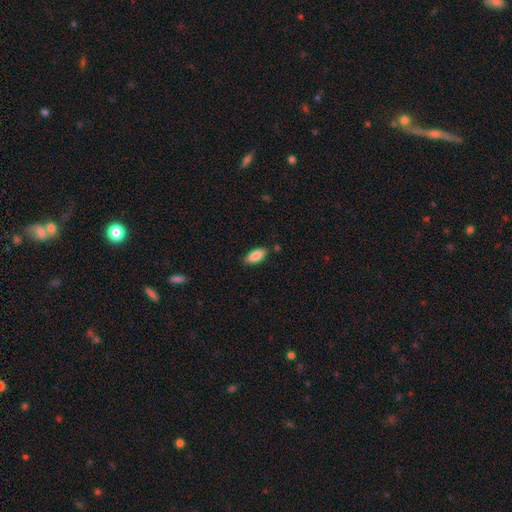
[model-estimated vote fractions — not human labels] Smooth or featured?
  - smooth: 86% *
  - featured or disk: 7%
  - star or artifact: 6%
How rounded?
  - in between: 89% *
  - cigar-shaped: 9%
  - round: 2%
Merging?
  - none: 83% *
  - minor disturbance: 13%
  - major disturbance: 2%
  - merger: 2%